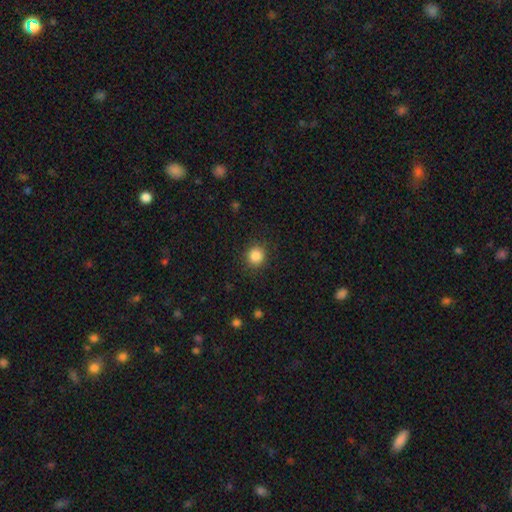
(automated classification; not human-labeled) Morphology: type=smooth (85%); roundness=round (90%); merging=none (89%).